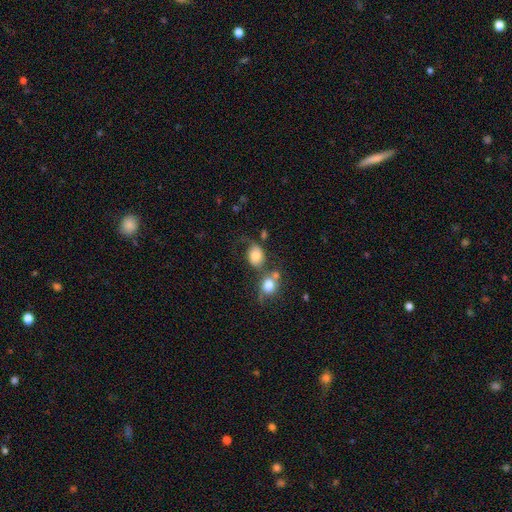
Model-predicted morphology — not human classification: Smooth or featured: smooth — 71% (featured or disk — 19%)
How rounded: in between — 51% (round — 48%)
Merging: none — 33% (merger — 28%)